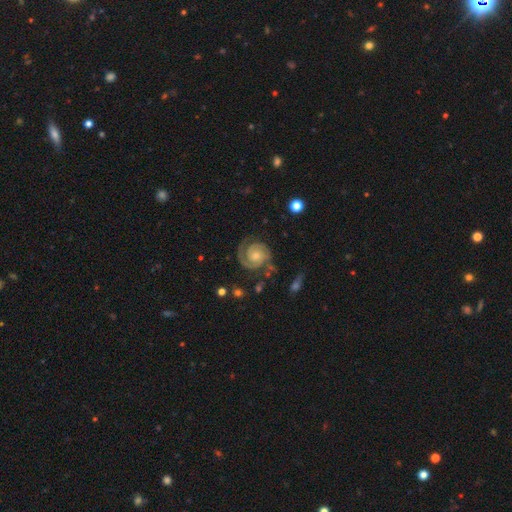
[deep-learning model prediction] Smooth or featured? featured or disk (88%)
Edge-on disk? no (98%)
Bar? no (71%)
Spiral arms? yes (98%)
Spiral winding? tight (65%)
Spiral arm count? 2 (75%)
Bulge size? small (51%)
Merging? none (72%)